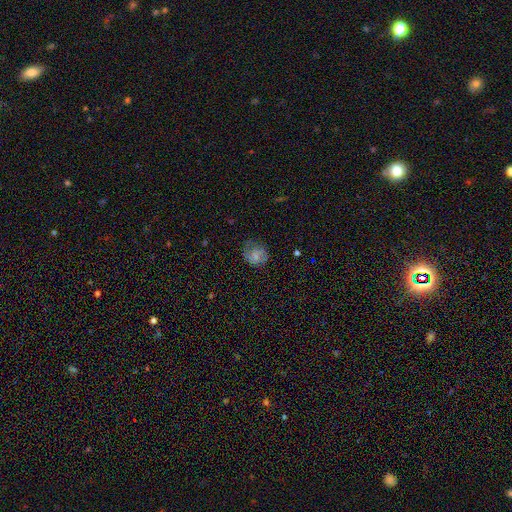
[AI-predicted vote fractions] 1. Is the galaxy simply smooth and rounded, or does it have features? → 52% smooth, 38% featured or disk, 10% star or artifact.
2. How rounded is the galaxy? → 68% round, 31% in between, 1% cigar-shaped.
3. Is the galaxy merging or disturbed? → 59% none, 25% minor disturbance, 14% major disturbance, 1% merger.